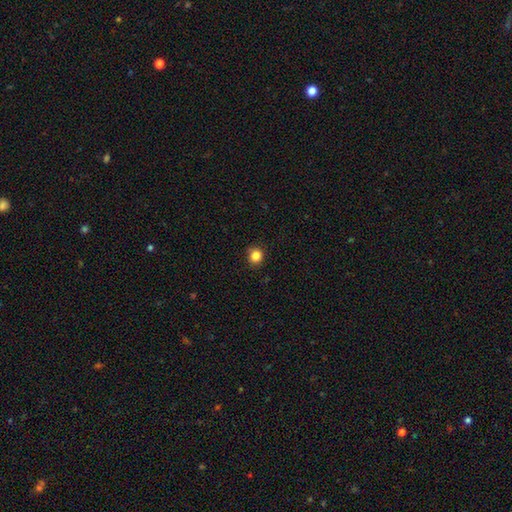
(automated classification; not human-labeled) Smooth or featured?
  - smooth: 84% *
  - star or artifact: 11%
  - featured or disk: 4%
How rounded?
  - round: 87% *
  - in between: 12%
  - cigar-shaped: 1%
Merging?
  - none: 89% *
  - minor disturbance: 8%
  - major disturbance: 2%
  - merger: 1%